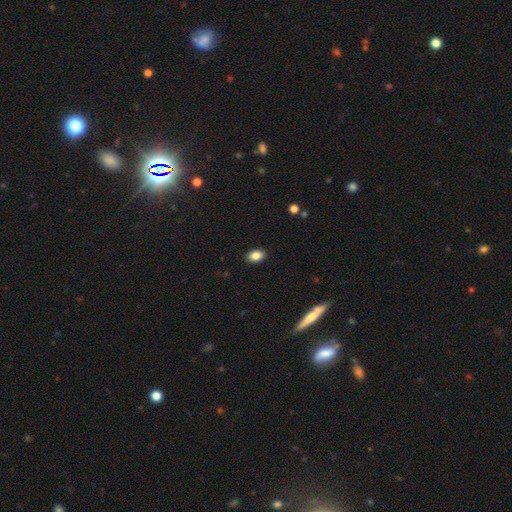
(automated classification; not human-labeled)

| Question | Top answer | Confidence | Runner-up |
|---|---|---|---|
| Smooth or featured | smooth | 86% | star or artifact (8%) |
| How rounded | in between | 84% | round (15%) |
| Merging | none | 90% | minor disturbance (7%) |